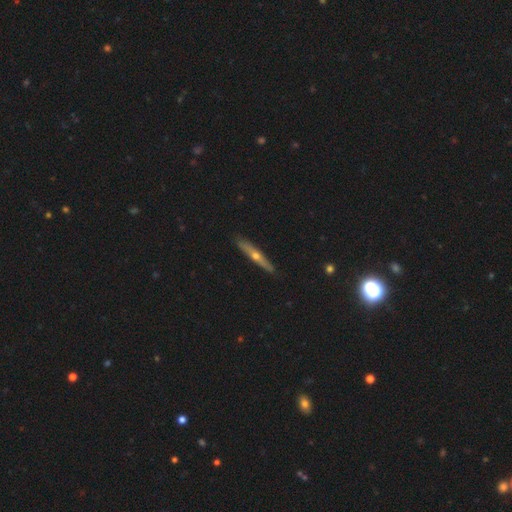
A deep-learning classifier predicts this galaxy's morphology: Q: Smooth or featured?
A: featured or disk (66%); runner-up: smooth (28%)
Q: Edge-on disk?
A: yes (94%); runner-up: no (6%)
Q: Edge-on bulge?
A: rounded (87%); runner-up: none (11%)
Q: Merging?
A: none (90%); runner-up: minor disturbance (8%)